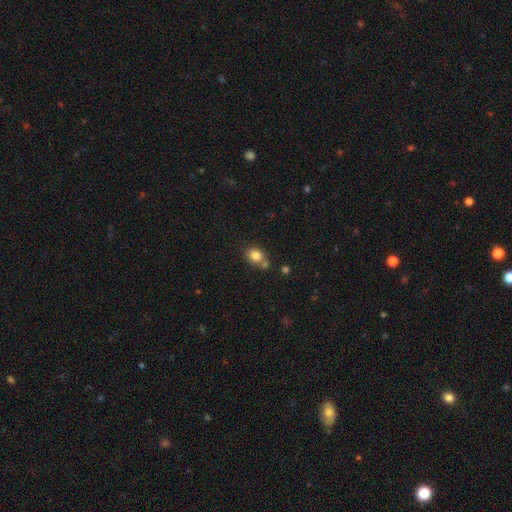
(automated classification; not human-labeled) Smooth or featured? smooth (82%)
How rounded? round (58%)
Merging? none (58%)